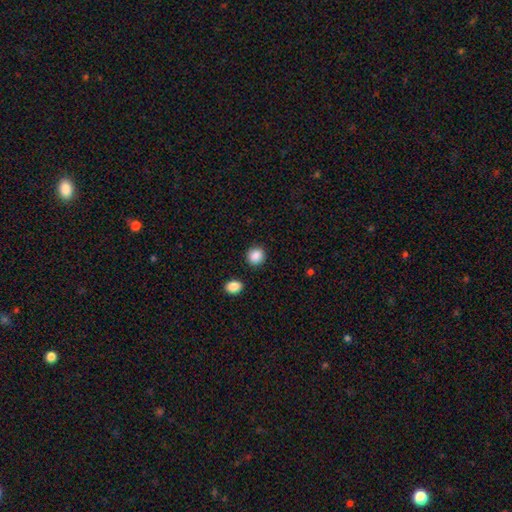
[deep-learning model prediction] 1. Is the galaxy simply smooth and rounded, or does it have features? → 89% smooth, 8% star or artifact, 3% featured or disk.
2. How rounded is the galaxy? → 87% round, 12% in between, 1% cigar-shaped.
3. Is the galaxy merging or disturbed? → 89% none, 7% minor disturbance, 3% merger, 2% major disturbance.